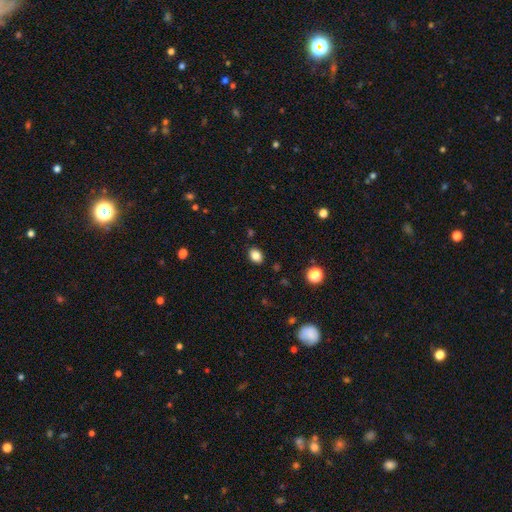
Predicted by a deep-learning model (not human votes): This appears to be a smooth galaxy with no disk features (84%) that is in between round and cigar-shaped (67%). Merging: none (88%).